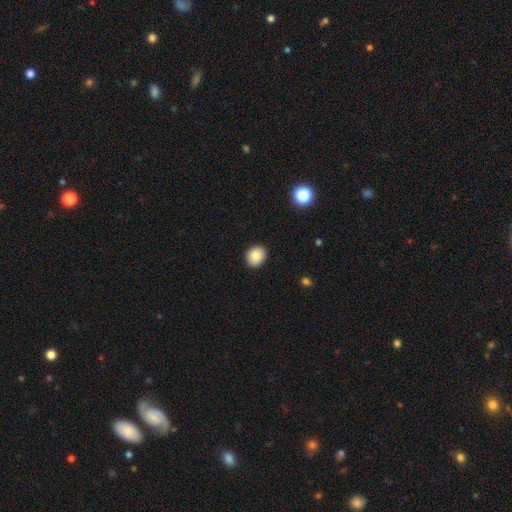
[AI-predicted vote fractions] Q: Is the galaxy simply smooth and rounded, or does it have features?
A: smooth — 87%.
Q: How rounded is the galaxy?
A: round — 59%.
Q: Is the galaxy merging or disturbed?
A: none — 90%.